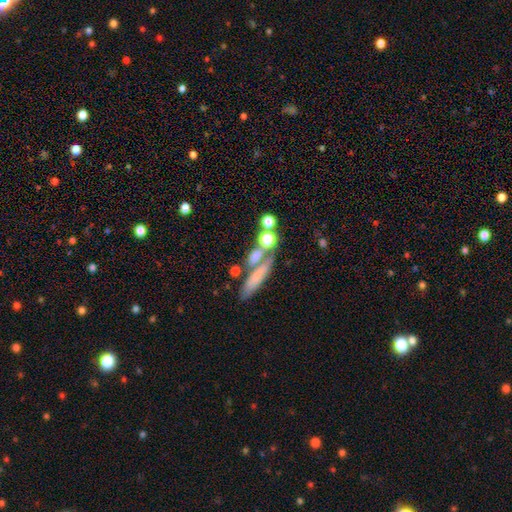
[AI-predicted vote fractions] Smooth or featured? smooth (62%)
How rounded? cigar-shaped (48%)
Merging? none (49%)